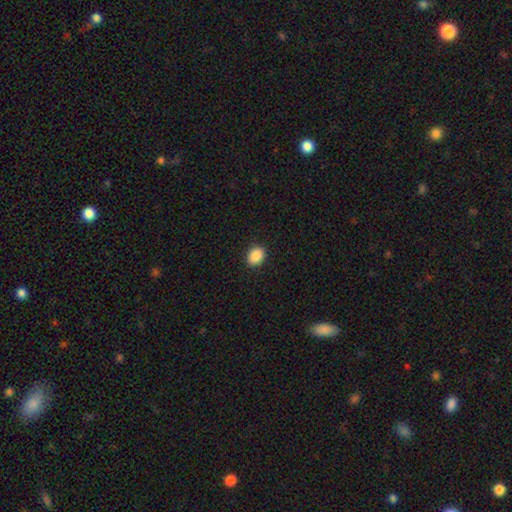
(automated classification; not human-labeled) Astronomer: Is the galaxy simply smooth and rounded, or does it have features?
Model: smooth — 89%.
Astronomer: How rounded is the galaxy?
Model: in between — 63%.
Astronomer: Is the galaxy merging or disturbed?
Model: none — 91%.